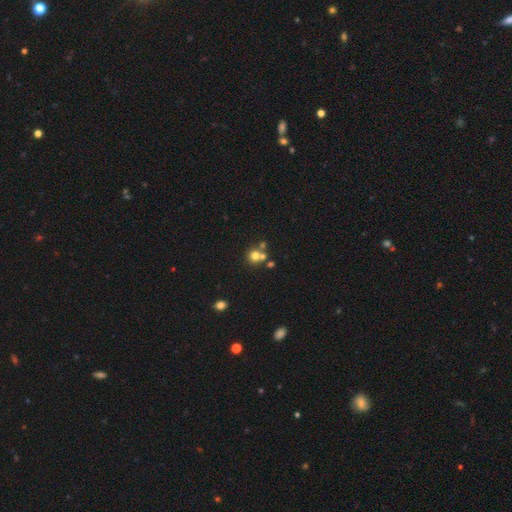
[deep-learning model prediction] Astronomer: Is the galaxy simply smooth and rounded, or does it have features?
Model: smooth — 70%.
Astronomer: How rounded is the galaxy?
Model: round — 88%.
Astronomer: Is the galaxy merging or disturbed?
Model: none — 54% (runner-up: merger, 35%).